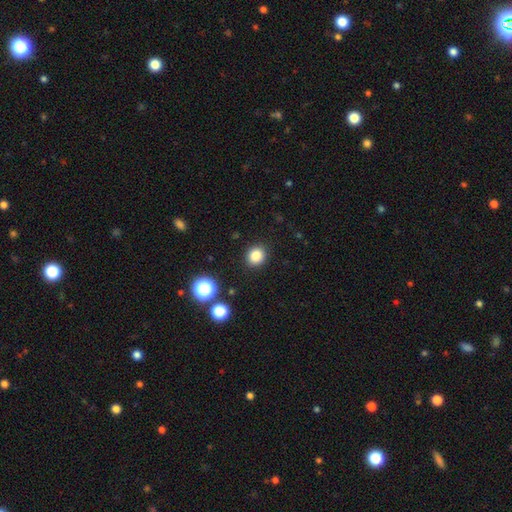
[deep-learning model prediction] A smooth galaxy with no disk features (84%) that is round (79%).

Vote fractions:
- Smooth or featured? smooth: 84% / star or artifact: 12% / featured or disk: 4%
- How rounded? round: 79% / in between: 20% / cigar-shaped: 1%
- Merging? none: 89% / minor disturbance: 7% / major disturbance: 2% / merger: 1%